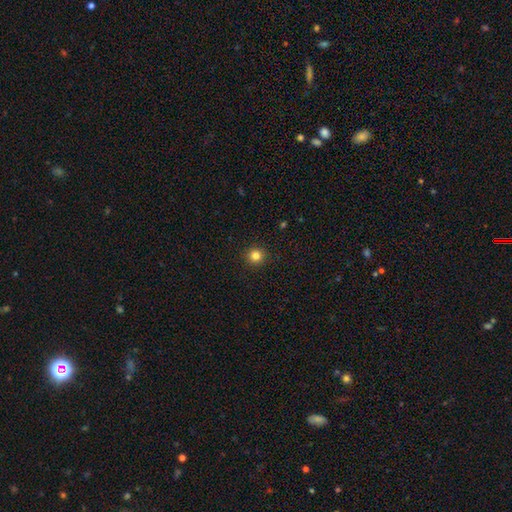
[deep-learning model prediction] Smooth or featured?
  - smooth: 82% *
  - star or artifact: 13%
  - featured or disk: 5%
How rounded?
  - round: 95% *
  - in between: 4%
  - cigar-shaped: 1%
Merging?
  - none: 93% *
  - minor disturbance: 5%
  - major disturbance: 2%
  - merger: 1%